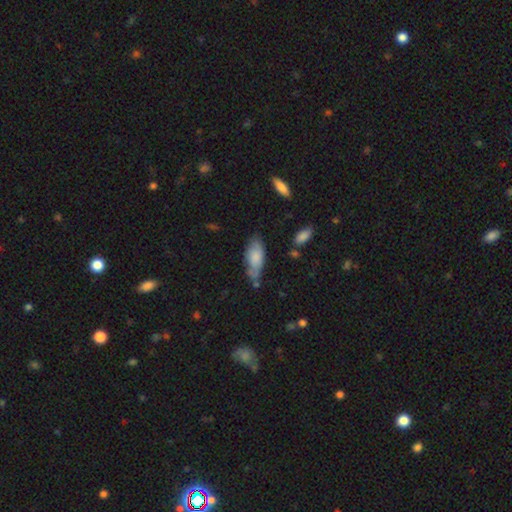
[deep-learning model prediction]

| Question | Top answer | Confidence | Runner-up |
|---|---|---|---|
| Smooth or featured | smooth | 66% | featured or disk (24%) |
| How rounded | in between | 78% | cigar-shaped (19%) |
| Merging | none | 63% | minor disturbance (25%) |